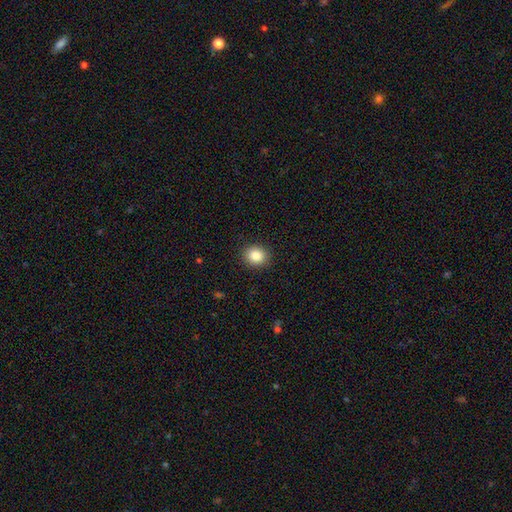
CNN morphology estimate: Q: Smooth or featured?
A: smooth (84%); runner-up: star or artifact (10%)
Q: How rounded?
A: round (74%); runner-up: in between (25%)
Q: Merging?
A: none (90%); runner-up: minor disturbance (7%)